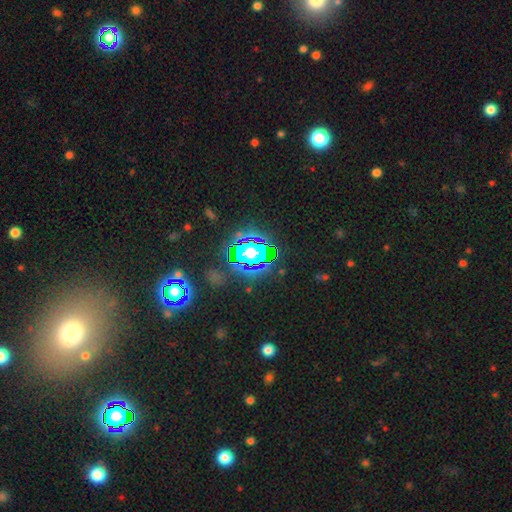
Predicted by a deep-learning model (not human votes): smooth-or-featured: star or artifact: 74% | smooth: 16% | featured or disk: 10%